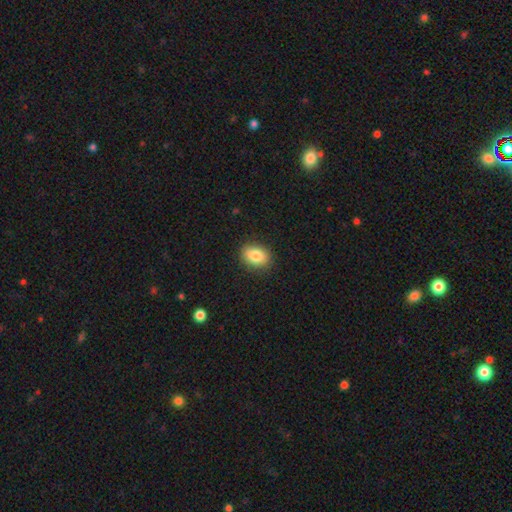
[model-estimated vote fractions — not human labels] smooth-or-featured: smooth: 84% | star or artifact: 8% | featured or disk: 7%
  how-rounded: in between: 70% | round: 29% | cigar-shaped: 1%
  merging: none: 87% | minor disturbance: 10% | major disturbance: 2% | merger: 1%